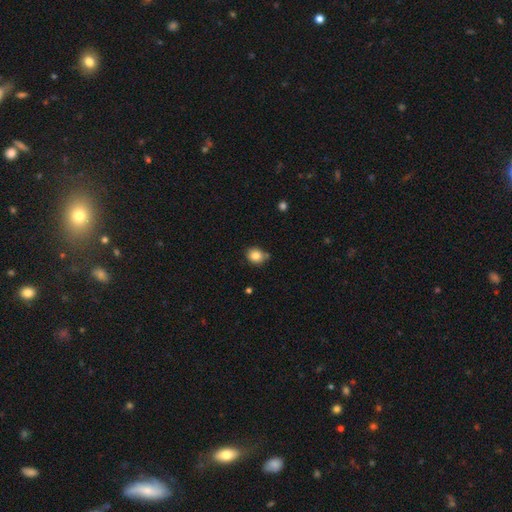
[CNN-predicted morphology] A smooth galaxy with no disk features (83%) that is round (66%).

Vote fractions:
- Smooth or featured? smooth: 83% / star or artifact: 10% / featured or disk: 7%
- How rounded? round: 66% / in between: 33% / cigar-shaped: 1%
- Merging? none: 70% / minor disturbance: 20% / merger: 6% / major disturbance: 3%